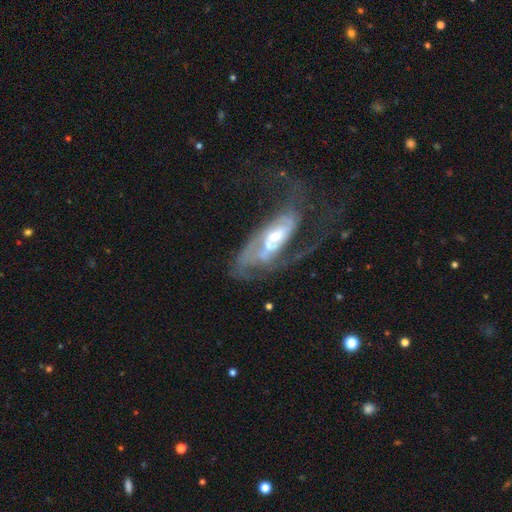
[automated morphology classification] Smooth or featured?
  - featured or disk: 79% *
  - smooth: 14%
  - star or artifact: 8%
Edge-on disk?
  - no: 87% *
  - yes: 13%
Bar?
  - no: 40% *
  - weak: 36%
  - strong: 24%
Spiral arms?
  - yes: 81% *
  - no: 19%
Spiral winding?
  - medium: 41% *
  - loose: 29%
  - tight: 29%
Spiral arm count?
  - 2: 41% *
  - can't tell: 28%
  - 1: 19%
  - 3: 6%
  - 4: 3%
  - more than 4: 3%
Bulge size?
  - moderate: 52% *
  - small: 35%
  - large: 8%
  - none: 3%
  - dominant: 2%
Merging?
  - major disturbance: 48% *
  - none: 29%
  - minor disturbance: 15%
  - merger: 8%